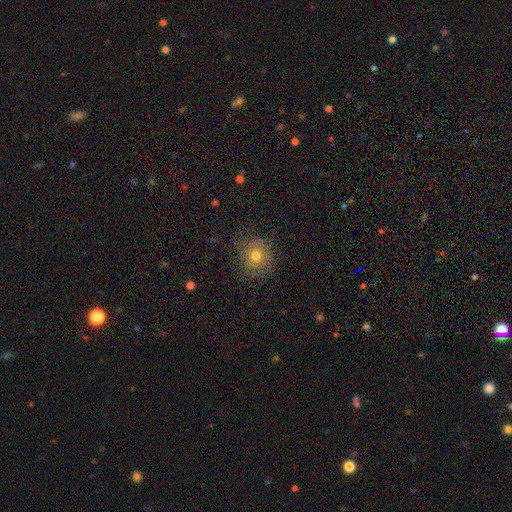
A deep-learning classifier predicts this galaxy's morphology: A smooth galaxy with no disk features (68%) that is round (84%).

Vote fractions:
- Smooth or featured? smooth: 68% / featured or disk: 18% / star or artifact: 14%
- How rounded? round: 84% / in between: 15% / cigar-shaped: 1%
- Merging? none: 74% / minor disturbance: 17% / major disturbance: 7% / merger: 1%